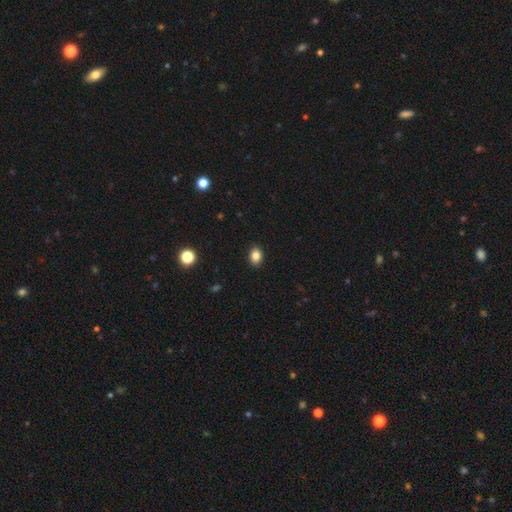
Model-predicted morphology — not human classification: Smooth or featured?
  - smooth: 85% *
  - star or artifact: 10%
  - featured or disk: 5%
How rounded?
  - in between: 68% *
  - round: 31%
  - cigar-shaped: 1%
Merging?
  - none: 90% *
  - minor disturbance: 7%
  - major disturbance: 2%
  - merger: 1%